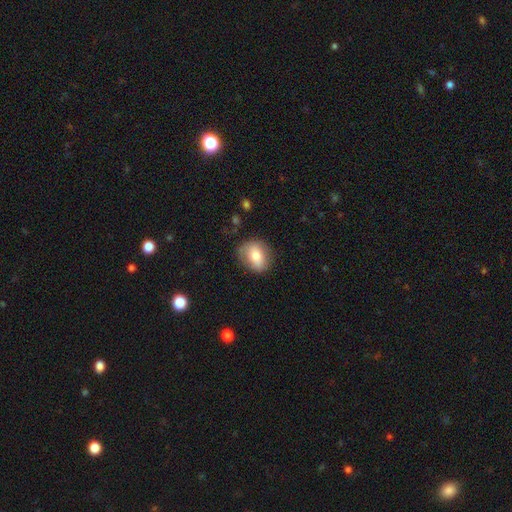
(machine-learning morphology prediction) Smooth or featured? smooth (70%)
How rounded? in between (53%)
Merging? none (74%)